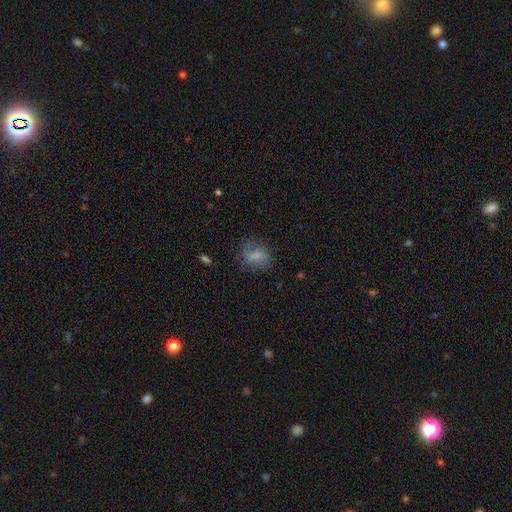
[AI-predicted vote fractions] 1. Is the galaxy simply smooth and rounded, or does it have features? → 62% smooth, 28% featured or disk, 10% star or artifact.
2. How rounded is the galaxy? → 65% in between, 31% round, 5% cigar-shaped.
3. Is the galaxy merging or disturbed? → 65% none, 21% minor disturbance, 11% major disturbance, 2% merger.